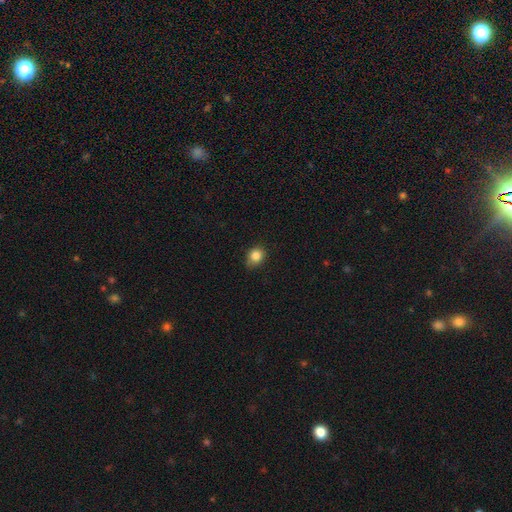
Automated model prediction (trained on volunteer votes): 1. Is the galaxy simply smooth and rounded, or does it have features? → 85% smooth, 10% star or artifact, 5% featured or disk.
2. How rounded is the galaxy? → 63% round, 36% in between, 1% cigar-shaped.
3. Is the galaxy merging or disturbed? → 73% none, 22% minor disturbance, 3% major disturbance, 1% merger.